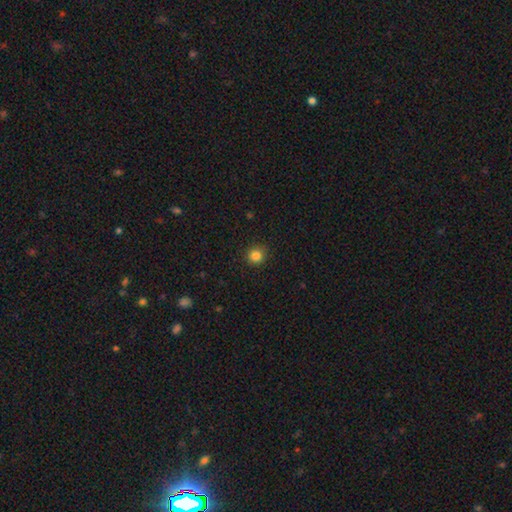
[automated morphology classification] Overall: smooth (84%). How rounded: round (92%). Merging: none (91%).